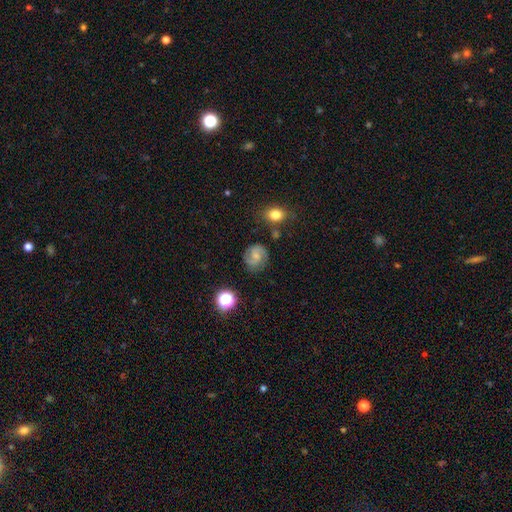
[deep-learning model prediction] Smooth or featured? Predicted: featured or disk (p=0.52). Edge-on disk? Predicted: no (p=0.98). Bar? Predicted: no (p=0.53). Spiral arms? Predicted: yes (p=0.90). Bulge size? Predicted: small (p=0.51). Merging? Predicted: none (p=0.74).